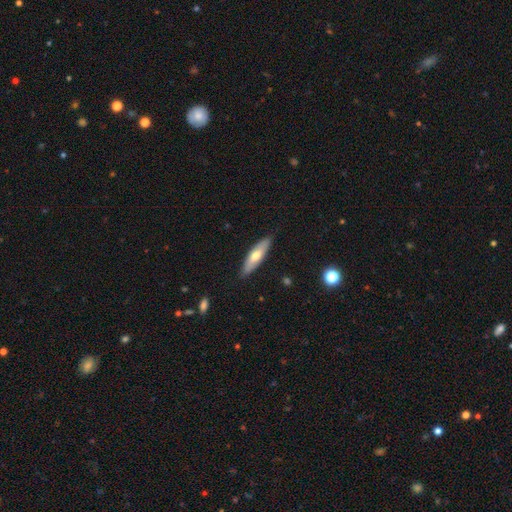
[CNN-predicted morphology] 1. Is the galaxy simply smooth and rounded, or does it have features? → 58% smooth, 36% featured or disk, 6% star or artifact.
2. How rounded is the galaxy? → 56% cigar-shaped, 42% in between, 2% round.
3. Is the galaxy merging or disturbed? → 86% none, 11% minor disturbance, 2% major disturbance, 1% merger.